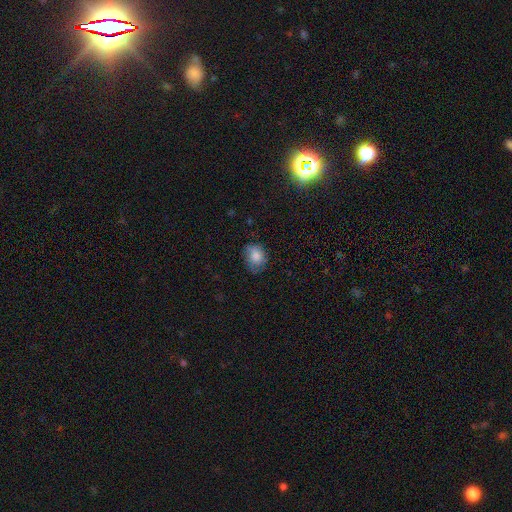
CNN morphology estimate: A smooth galaxy with no disk features (80%) that is round (56%). Merging: none (67%).